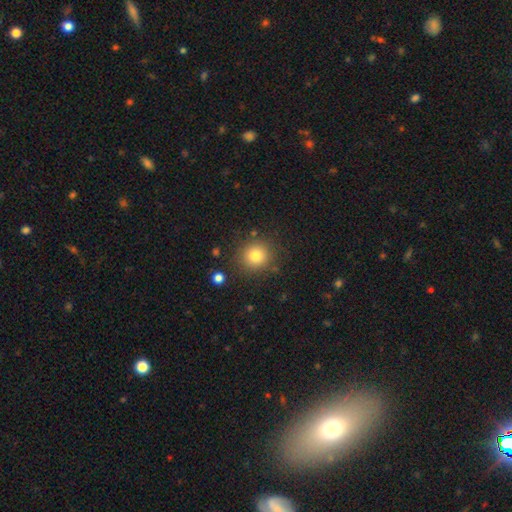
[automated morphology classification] Smooth or featured? smooth (79%)
How rounded? round (91%)
Merging? none (85%)